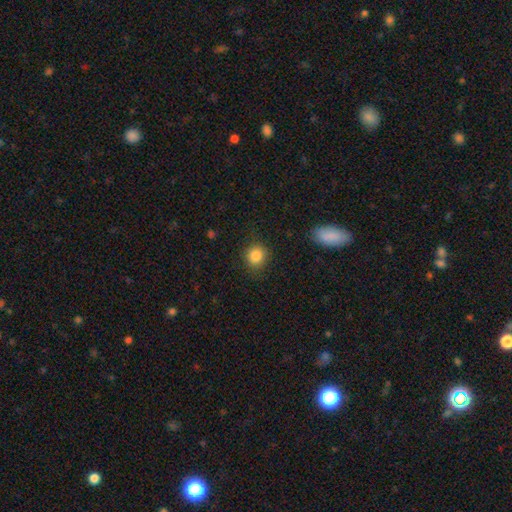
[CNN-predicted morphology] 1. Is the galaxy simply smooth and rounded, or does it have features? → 85% smooth, 10% star or artifact, 5% featured or disk.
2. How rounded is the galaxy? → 85% round, 14% in between, 1% cigar-shaped.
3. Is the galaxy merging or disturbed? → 87% none, 9% minor disturbance, 3% major disturbance, 1% merger.